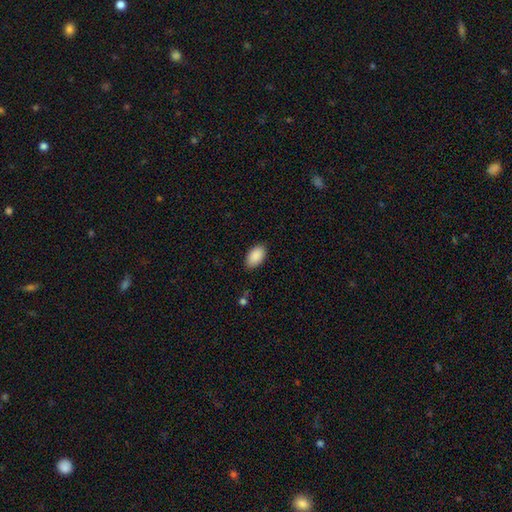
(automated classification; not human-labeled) Smooth or featured: smooth — 90% (star or artifact — 7%)
How rounded: in between — 94% (round — 4%)
Merging: none — 87% (minor disturbance — 10%)